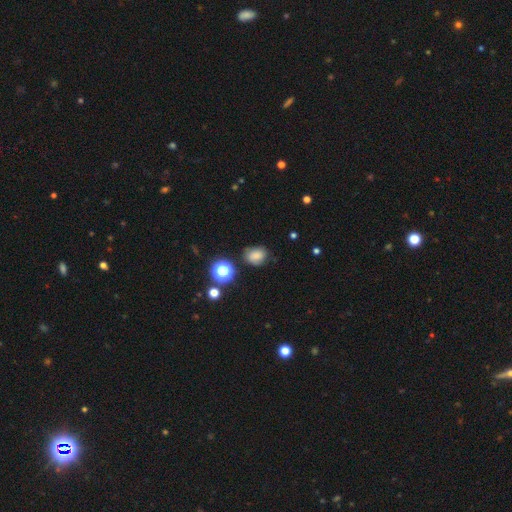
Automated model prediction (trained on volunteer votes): smooth-or-featured: smooth: 76% | star or artifact: 15% | featured or disk: 9%
  how-rounded: round: 51% | in between: 48% | cigar-shaped: 1%
  merging: none: 72% | minor disturbance: 19% | major disturbance: 5% | merger: 3%